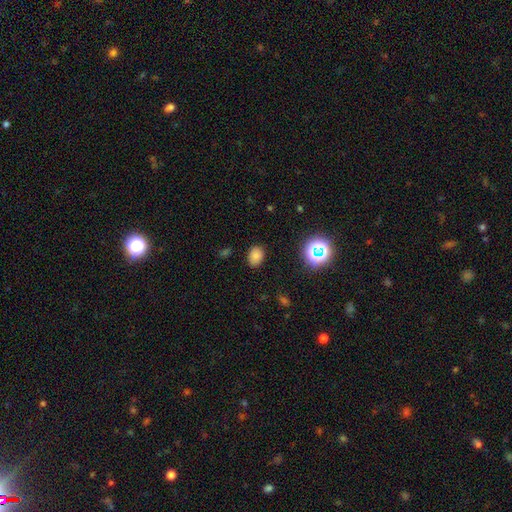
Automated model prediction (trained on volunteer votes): A smooth galaxy with no disk features (79%) that is in between round and cigar-shaped (68%). Merging: none (85%).